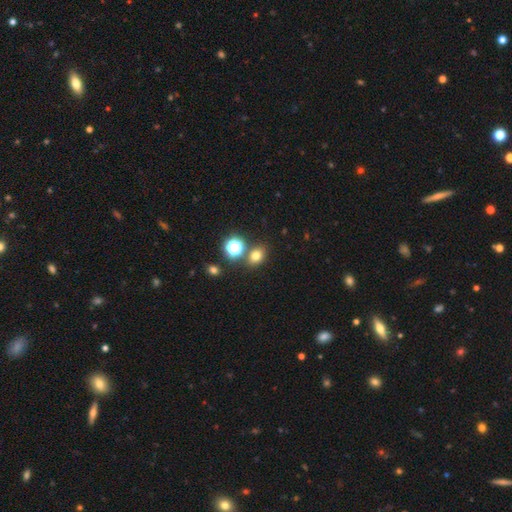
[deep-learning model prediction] Overall: smooth (73%). How rounded: round (52%; in between 47%). Merging: none (75%).